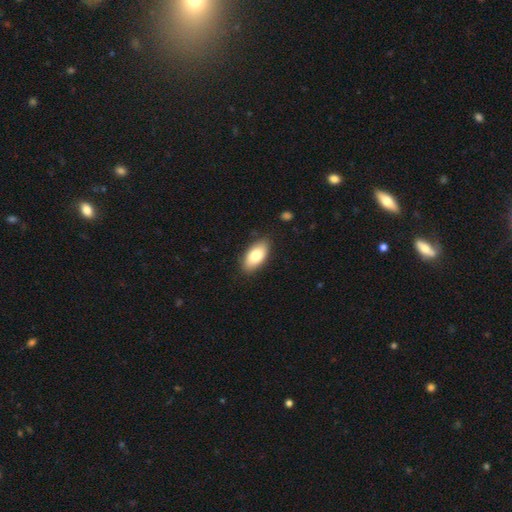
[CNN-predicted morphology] smooth-or-featured: smooth: 81% | featured or disk: 13% | star or artifact: 6%
  how-rounded: in between: 92% | cigar-shaped: 5% | round: 3%
  merging: none: 86% | minor disturbance: 11% | major disturbance: 2% | merger: 1%